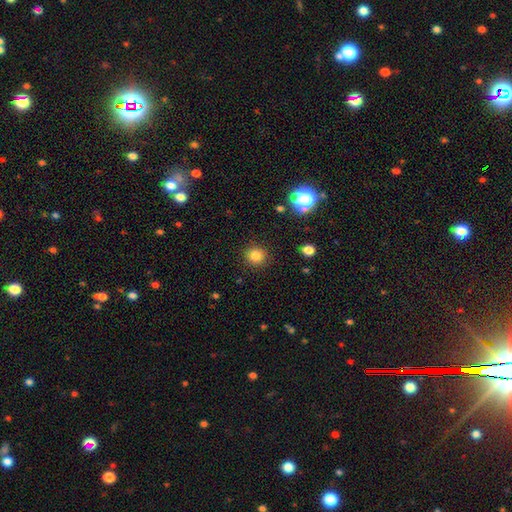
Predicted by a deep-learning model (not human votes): This appears to be a smooth galaxy with no disk features (82%) that is round (88%). Merging: none (89%).